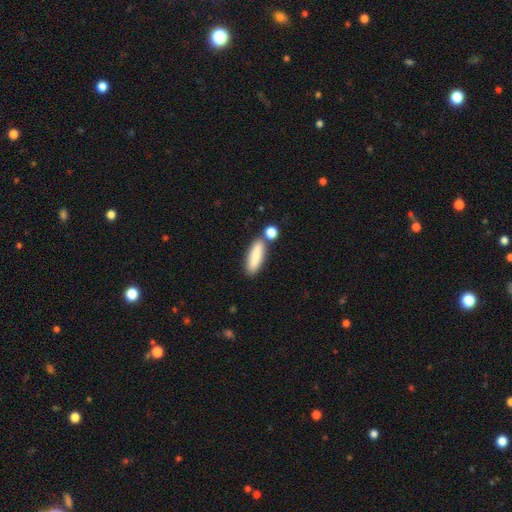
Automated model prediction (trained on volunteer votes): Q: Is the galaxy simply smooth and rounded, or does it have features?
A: smooth — 83%.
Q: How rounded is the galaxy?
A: in between — 50%.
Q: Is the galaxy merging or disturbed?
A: none — 67%.